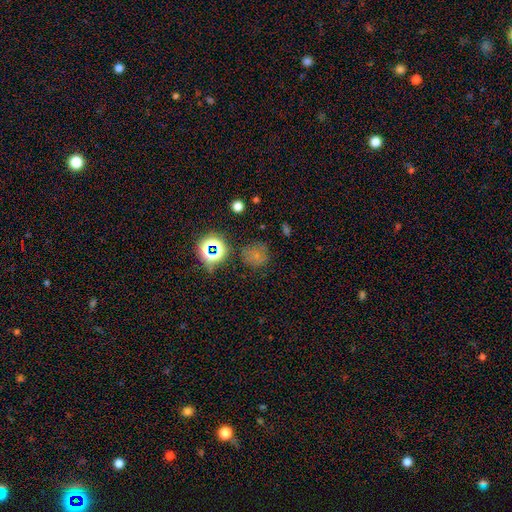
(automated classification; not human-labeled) This appears to be a smooth galaxy with no disk features (56%) that is round (87%). Merging: none (74%).